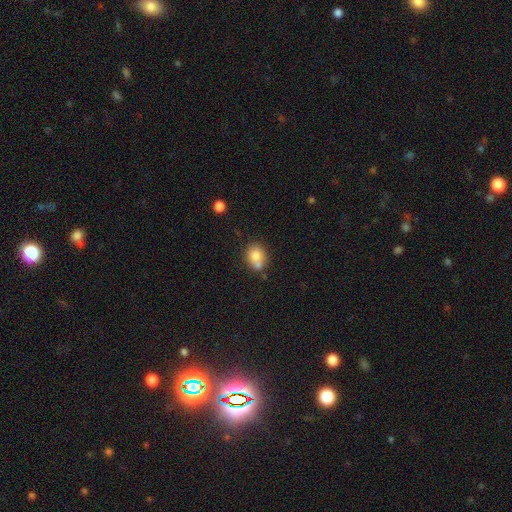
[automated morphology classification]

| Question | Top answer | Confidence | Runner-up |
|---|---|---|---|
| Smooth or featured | smooth | 77% | featured or disk (13%) |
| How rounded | round | 71% | in between (28%) |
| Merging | none | 49% | merger (34%) |